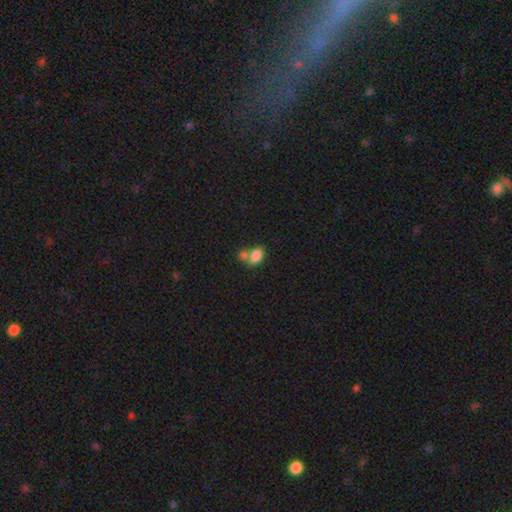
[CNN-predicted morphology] Q: Smooth or featured?
A: smooth (83%); runner-up: star or artifact (8%)
Q: How rounded?
A: in between (86%); runner-up: round (12%)
Q: Merging?
A: merger (47%); runner-up: none (38%)